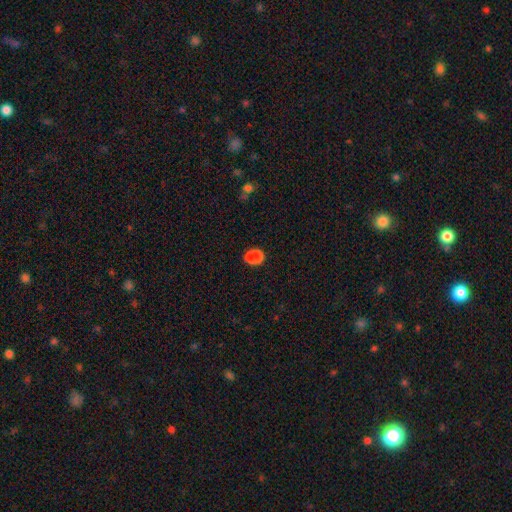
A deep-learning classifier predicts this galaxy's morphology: Smooth or featured?
  - smooth: 76% *
  - featured or disk: 14%
  - star or artifact: 10%
How rounded?
  - in between: 55% *
  - round: 44%
  - cigar-shaped: 1%
Merging?
  - merger: 49% *
  - none: 36%
  - minor disturbance: 11%
  - major disturbance: 4%